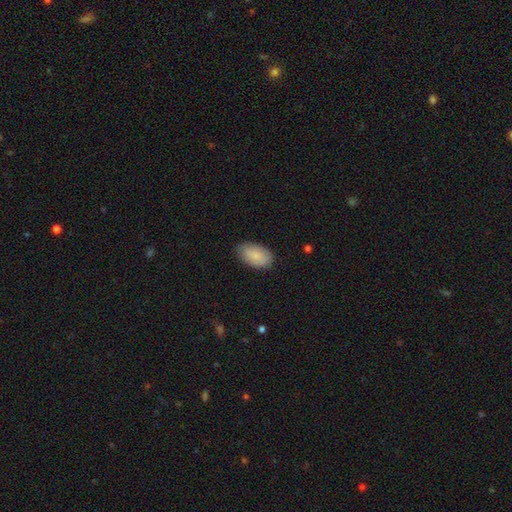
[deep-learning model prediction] smooth 84%, featured or disk 10%, star or artifact 6%. Down the decision tree: how rounded — in between (94%); merging — none (79%).